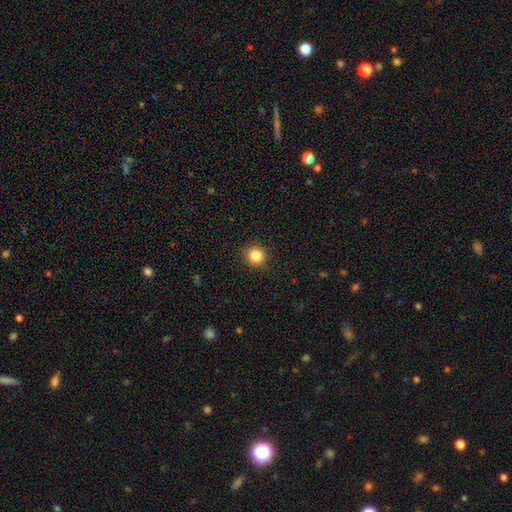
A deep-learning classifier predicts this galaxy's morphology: This appears to be a smooth galaxy with no disk features (84%) that is round (92%). Merging: none (91%).